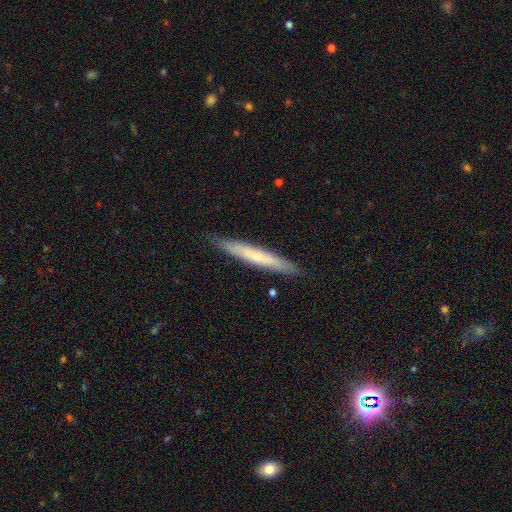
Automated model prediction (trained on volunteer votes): smooth_or_featured: smooth (p=0.55) [alt: featured or disk p=0.39]
how_rounded: cigar-shaped (p=0.96) [alt: in between p=0.03]
merging: none (p=0.88) [alt: minor disturbance p=0.09]